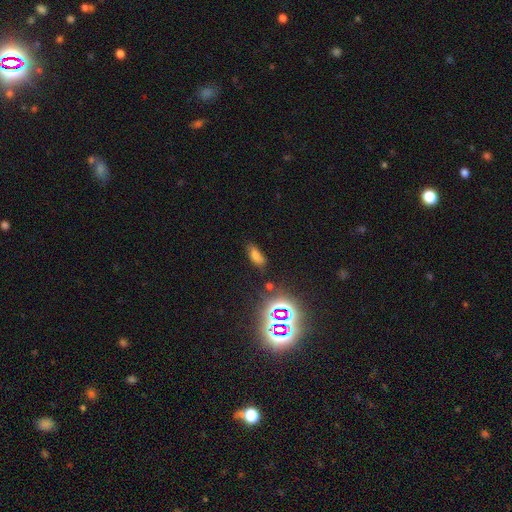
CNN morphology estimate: The model was most divided on "smooth or featured": smooth: 59%, star or artifact: 29%, featured or disk: 12%. More confident: how rounded — in between (82%); merging — none (76%).